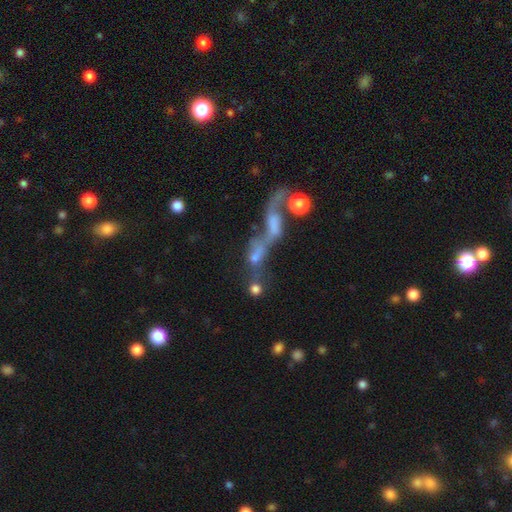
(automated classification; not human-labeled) Morphology: type=smooth (44%); merging=merger (61%).